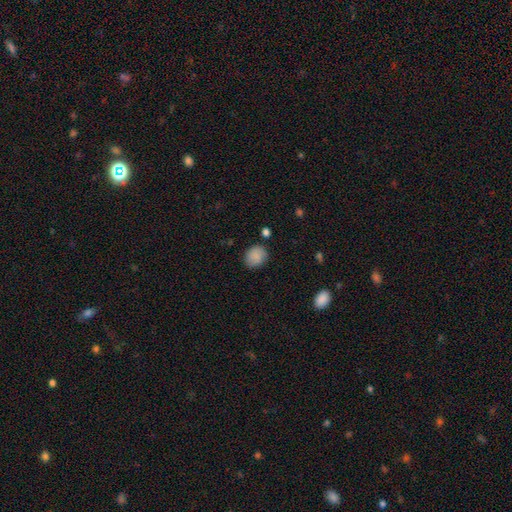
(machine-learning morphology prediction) Smooth or featured: smooth — 86% (star or artifact — 8%)
How rounded: round — 63% (in between — 36%)
Merging: none — 81% (minor disturbance — 13%)